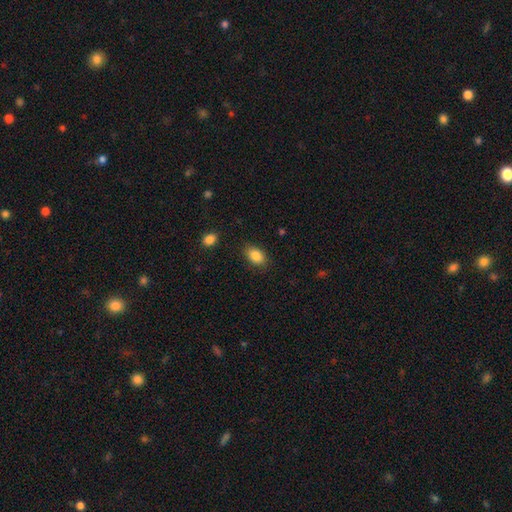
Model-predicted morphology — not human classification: A smooth galaxy with no disk features (86%) that is in between round and cigar-shaped (87%). Merging: none (85%).